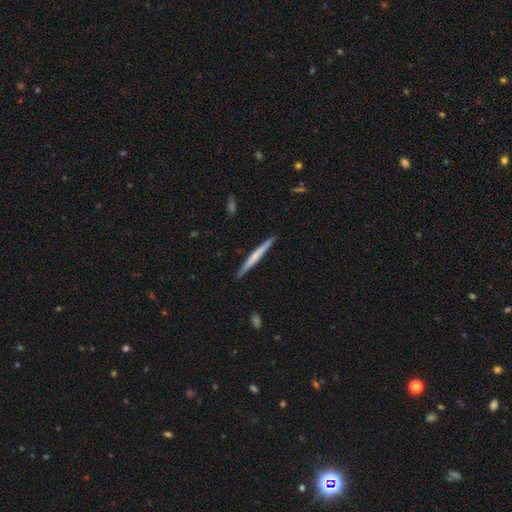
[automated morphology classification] smooth-or-featured: featured or disk: 52% | smooth: 42% | star or artifact: 5%
  disk-edge-on: yes: 98% | no: 2%
    edge-on-bulge: none: 52% | rounded: 39% | boxy: 8%
  merging: none: 92% | minor disturbance: 6% | major disturbance: 1% | merger: 1%